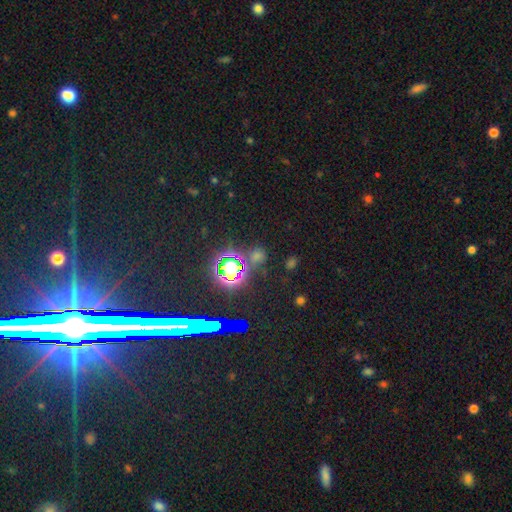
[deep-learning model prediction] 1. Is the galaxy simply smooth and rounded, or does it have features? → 67% star or artifact, 24% smooth, 9% featured or disk.